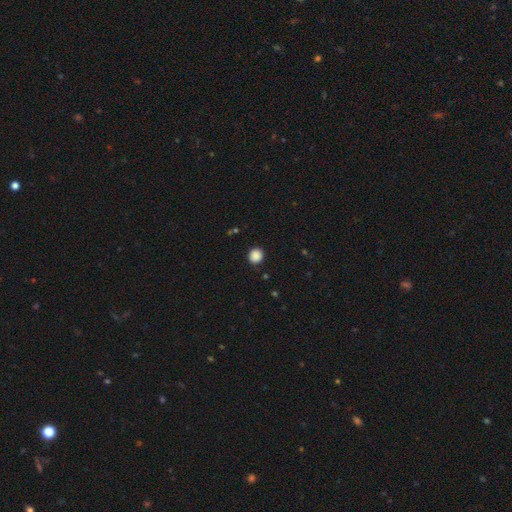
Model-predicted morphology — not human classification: This appears to be a smooth galaxy with no disk features (88%) that is round (89%). Merging: none (91%).